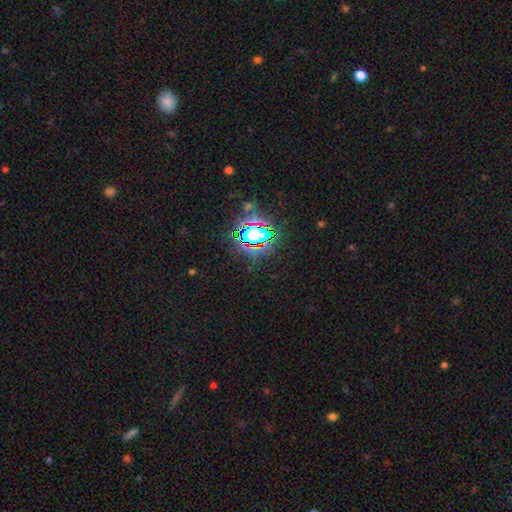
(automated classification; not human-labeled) smooth_or_featured: star or artifact (p=0.80) [alt: smooth p=0.11]